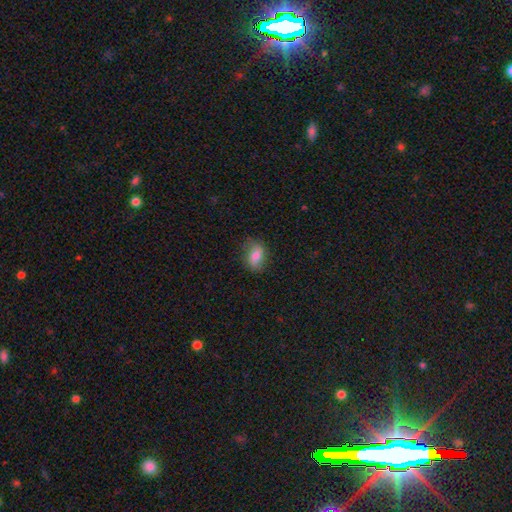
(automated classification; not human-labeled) A smooth galaxy with no disk features (70%) that is in between round and cigar-shaped (82%).

Vote fractions:
- Smooth or featured? smooth: 70% / featured or disk: 21% / star or artifact: 9%
- How rounded? in between: 82% / round: 15% / cigar-shaped: 3%
- Merging? none: 75% / minor disturbance: 19% / major disturbance: 5% / merger: 1%